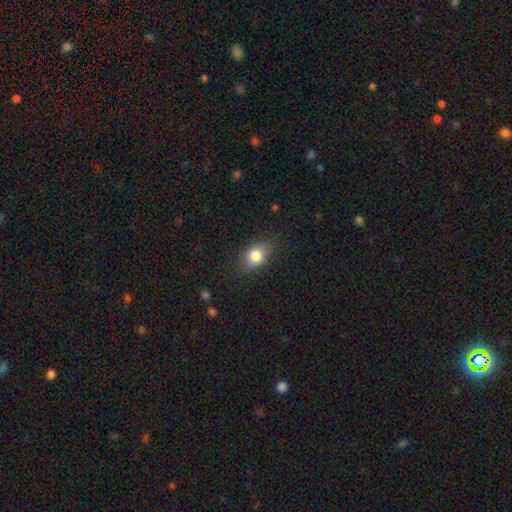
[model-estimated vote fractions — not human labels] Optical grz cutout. It shows a smooth galaxy with no disk features (80%) that is in between round and cigar-shaped (74%). Merging: none (81%).